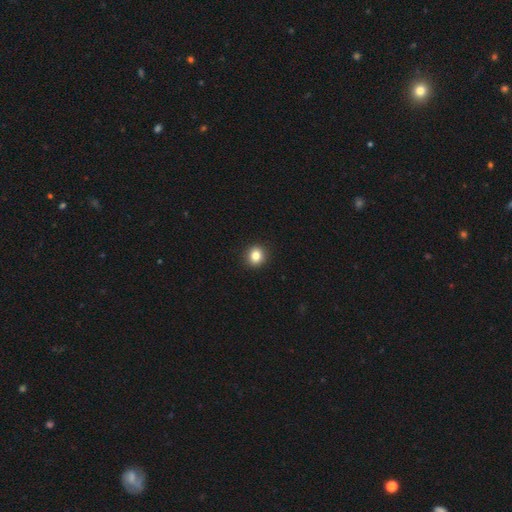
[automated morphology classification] Smooth or featured?
  - smooth: 82% *
  - star or artifact: 11%
  - featured or disk: 6%
How rounded?
  - round: 82% *
  - in between: 17%
  - cigar-shaped: 1%
Merging?
  - none: 92% *
  - minor disturbance: 5%
  - major disturbance: 2%
  - merger: 1%